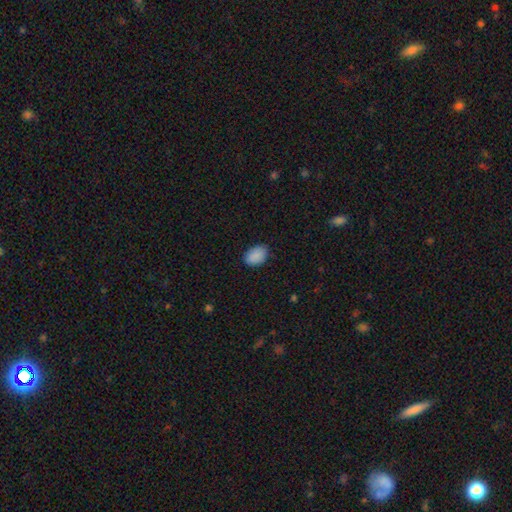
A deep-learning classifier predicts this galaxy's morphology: Overall: smooth (89%). How rounded: in between (85%). Merging: none (82%).